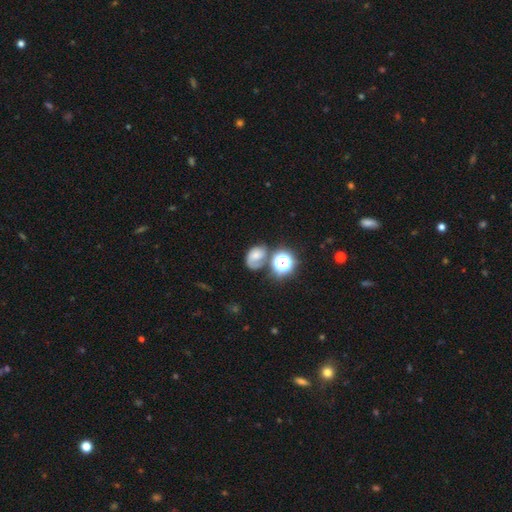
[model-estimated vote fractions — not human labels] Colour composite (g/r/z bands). It shows a smooth galaxy with no disk features (47%). Merging: none (40%).